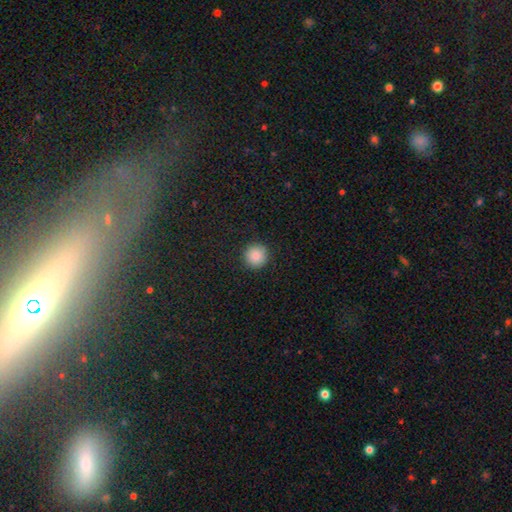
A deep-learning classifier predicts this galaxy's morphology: Smooth or featured? Predicted: smooth (p=0.88). How rounded? Predicted: round (p=0.95). Merging? Predicted: none (p=0.92).